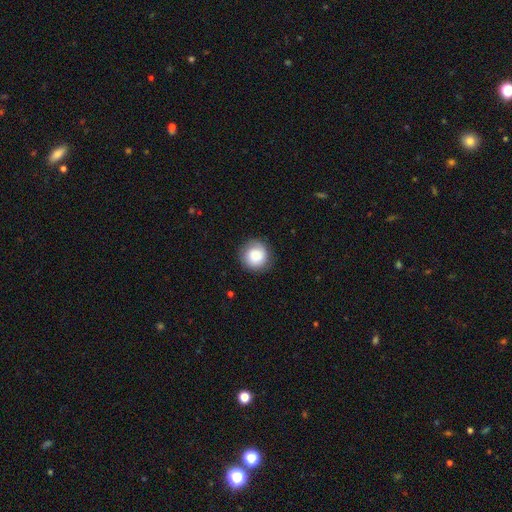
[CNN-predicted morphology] Smooth or featured: smooth — 84% (featured or disk — 8%)
How rounded: round — 93% (in between — 6%)
Merging: none — 84% (minor disturbance — 11%)